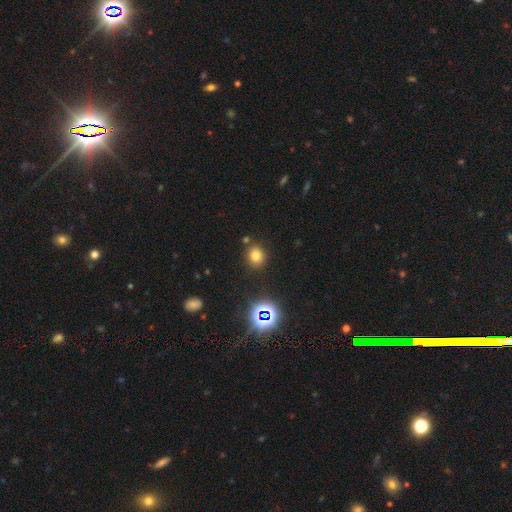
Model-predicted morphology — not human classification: Smooth or featured: smooth — 73% (star or artifact — 19%)
How rounded: round — 70% (in between — 29%)
Merging: none — 82% (minor disturbance — 9%)